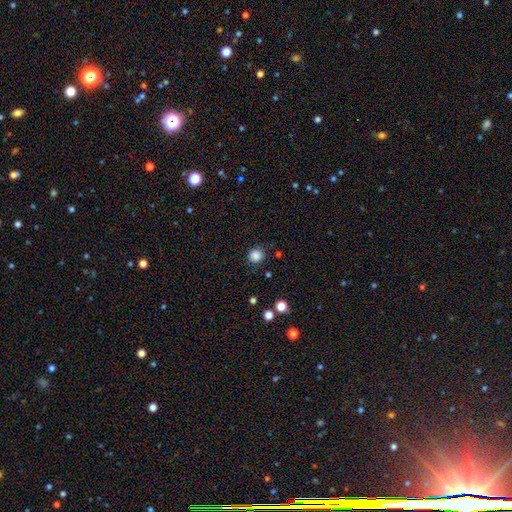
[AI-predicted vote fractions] The model was most divided on "smooth or featured": smooth: 86%, star or artifact: 11%, featured or disk: 3%. More confident: how rounded — round (92%); merging — none (88%).